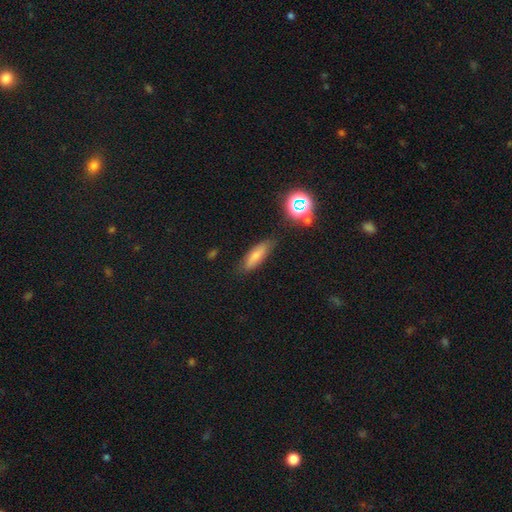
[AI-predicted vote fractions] A smooth galaxy with no disk features (72%) that is in between round and cigar-shaped (50%). Merging: none (78%).